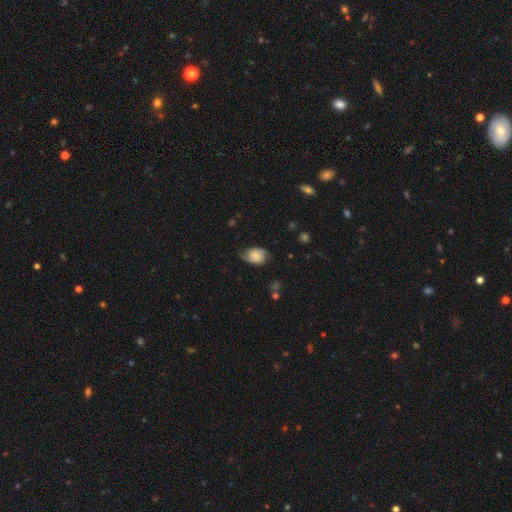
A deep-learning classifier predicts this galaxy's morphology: smooth_or_featured: smooth (p=0.57) [alt: featured or disk p=0.34]
how_rounded: in between (p=0.75) [alt: round p=0.24]
merging: none (p=0.56) [alt: minor disturbance p=0.31]